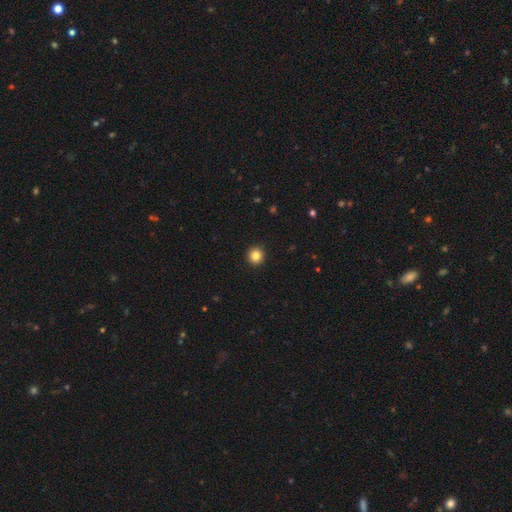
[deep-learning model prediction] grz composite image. It shows a smooth galaxy with no disk features (84%) that is round (94%). Merging: none (93%).